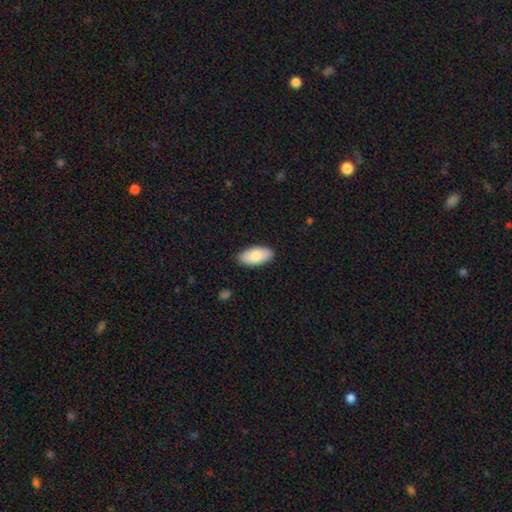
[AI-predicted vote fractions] Smooth or featured? Predicted: smooth (p=0.83). How rounded? Predicted: in between (p=0.95). Merging? Predicted: none (p=0.87).